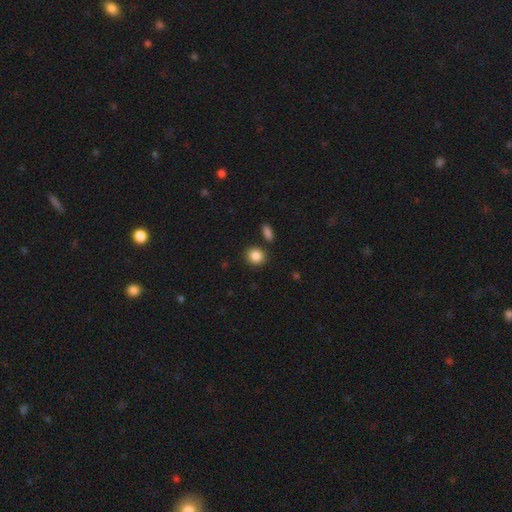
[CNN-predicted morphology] type=smooth (87%); roundness=round (77%); merging=none (84%).